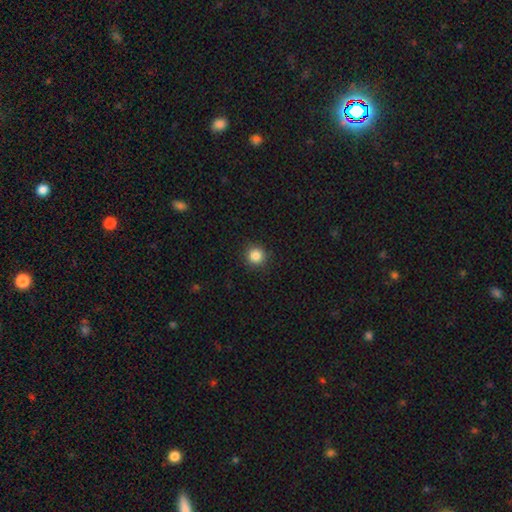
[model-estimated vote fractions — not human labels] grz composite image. It shows a smooth galaxy with no disk features (85%) that is round (94%). Merging: none (91%).